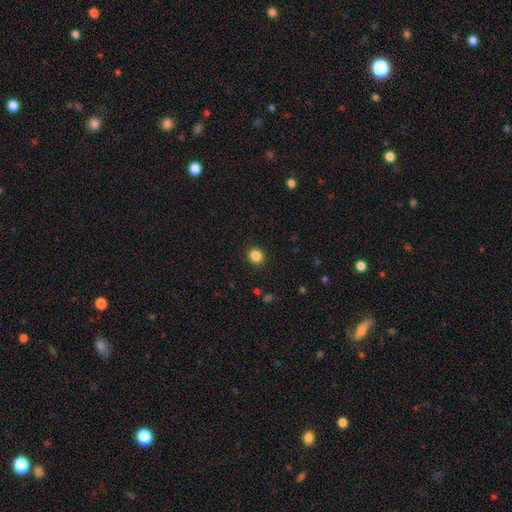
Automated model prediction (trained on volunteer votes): Smooth or featured? Predicted: smooth (p=0.85). How rounded? Predicted: round (p=0.89). Merging? Predicted: none (p=0.91).